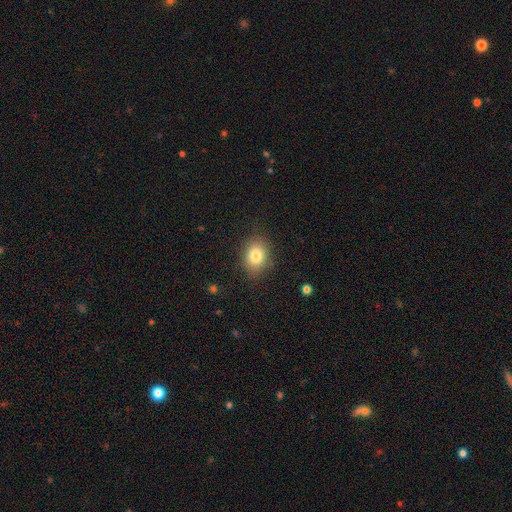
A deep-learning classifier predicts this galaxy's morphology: Smooth or featured? Predicted: smooth (p=0.81). How rounded? Predicted: in between (p=0.63). Merging? Predicted: none (p=0.83).